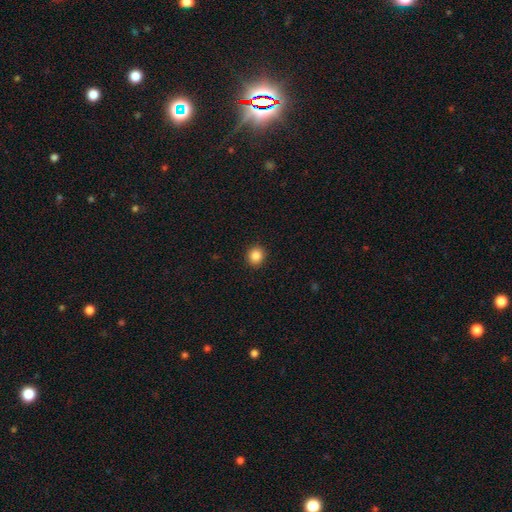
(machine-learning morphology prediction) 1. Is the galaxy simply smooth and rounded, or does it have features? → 86% smooth, 10% star or artifact, 4% featured or disk.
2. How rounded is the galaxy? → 89% round, 10% in between, 1% cigar-shaped.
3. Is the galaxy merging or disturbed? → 92% none, 5% minor disturbance, 2% major disturbance, 1% merger.